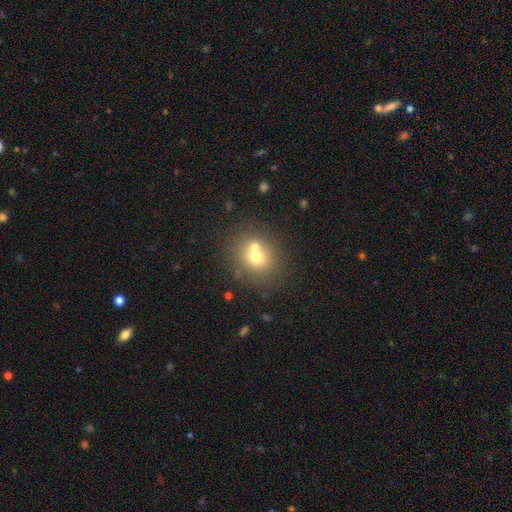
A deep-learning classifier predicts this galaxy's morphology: Smooth or featured?
  - smooth: 65% *
  - featured or disk: 21%
  - star or artifact: 15%
How rounded?
  - round: 78% *
  - in between: 21%
  - cigar-shaped: 1%
Merging?
  - none: 50% *
  - merger: 38%
  - minor disturbance: 8%
  - major disturbance: 4%